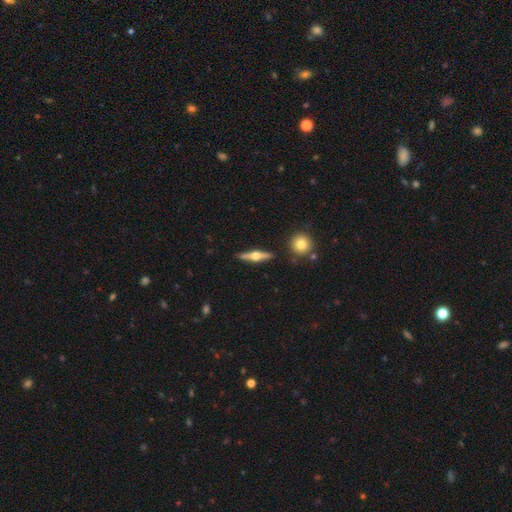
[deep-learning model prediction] Smooth or featured? featured or disk (73%)
Edge-on disk? yes (97%)
Edge-on bulge? rounded (96%)
Merging? none (88%)